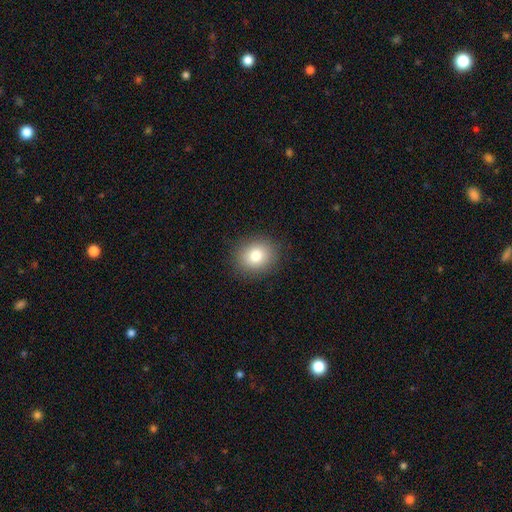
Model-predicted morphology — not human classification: Smooth or featured? smooth (81%)
How rounded? round (67%)
Merging? none (88%)